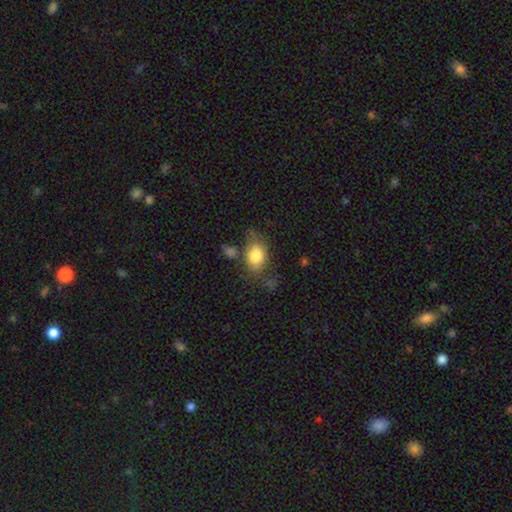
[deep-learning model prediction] Overall: smooth (79%). How rounded: in between (73%). Merging: none (55%; minor disturbance 24%).